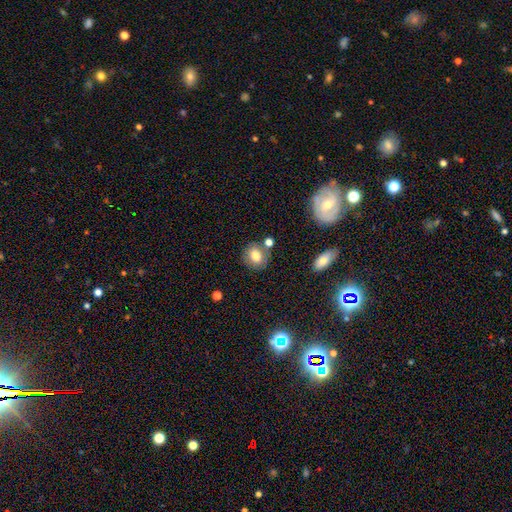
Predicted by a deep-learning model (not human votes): Morphology: type=smooth (74%); roundness=round (66%); merging=none (72%).